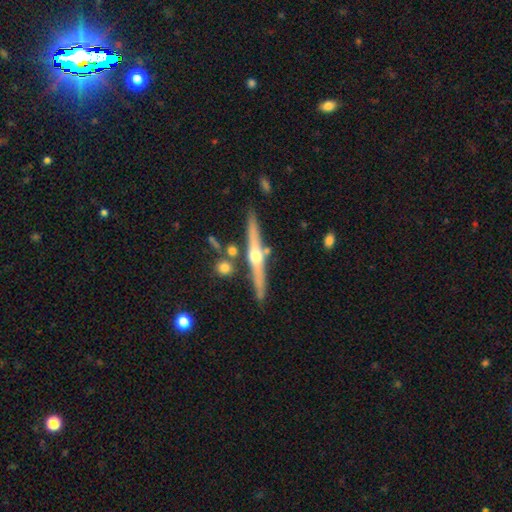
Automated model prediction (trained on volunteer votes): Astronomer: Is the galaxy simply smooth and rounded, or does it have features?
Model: featured or disk — 72%.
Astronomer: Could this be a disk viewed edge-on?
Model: yes — 97%.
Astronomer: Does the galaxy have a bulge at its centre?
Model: rounded — 92%.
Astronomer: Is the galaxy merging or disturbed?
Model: none — 81%.